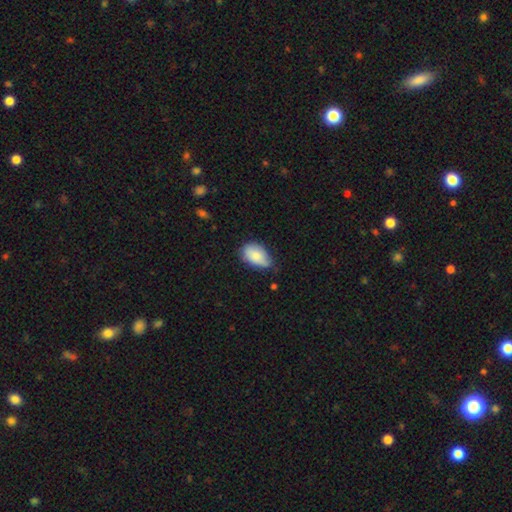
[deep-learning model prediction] A smooth galaxy with no disk features (81%) that is in between round and cigar-shaped (91%).

Vote fractions:
- Smooth or featured? smooth: 81% / featured or disk: 13% / star or artifact: 7%
- How rounded? in between: 91% / round: 8% / cigar-shaped: 2%
- Merging? none: 53% / minor disturbance: 39% / major disturbance: 6% / merger: 2%